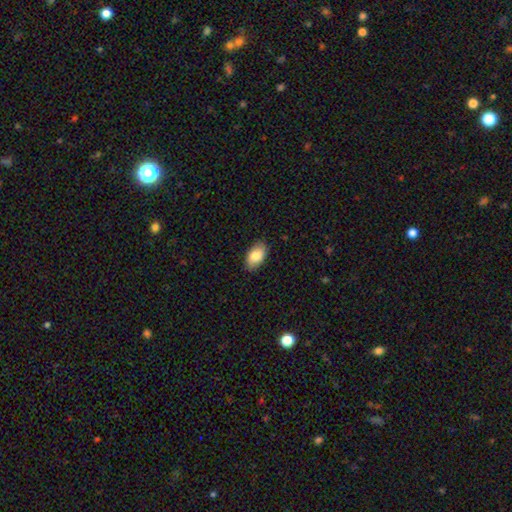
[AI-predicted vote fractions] Q: Smooth or featured?
A: smooth (82%); runner-up: featured or disk (11%)
Q: How rounded?
A: in between (94%); runner-up: round (4%)
Q: Merging?
A: none (86%); runner-up: minor disturbance (11%)